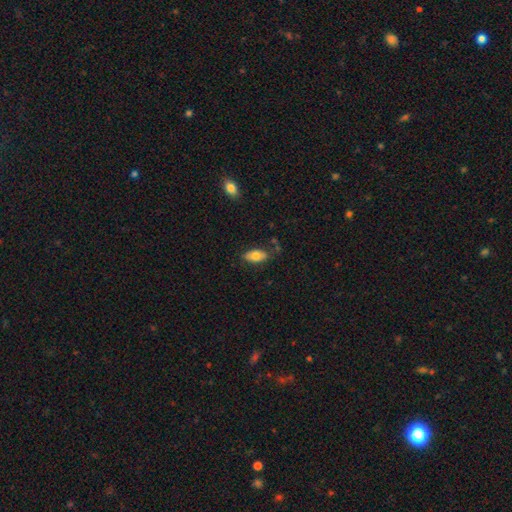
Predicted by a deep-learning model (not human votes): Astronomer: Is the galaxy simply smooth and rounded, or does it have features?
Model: smooth — 76%.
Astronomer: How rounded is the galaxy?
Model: in between — 91%.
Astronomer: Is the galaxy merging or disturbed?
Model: none — 75%.